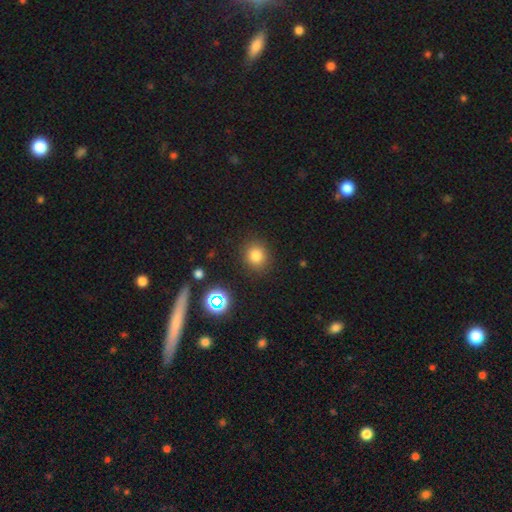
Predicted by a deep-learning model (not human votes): Smooth or featured?
  - smooth: 79% *
  - star or artifact: 15%
  - featured or disk: 6%
How rounded?
  - round: 83% *
  - in between: 16%
  - cigar-shaped: 1%
Merging?
  - none: 88% *
  - minor disturbance: 8%
  - major disturbance: 3%
  - merger: 2%